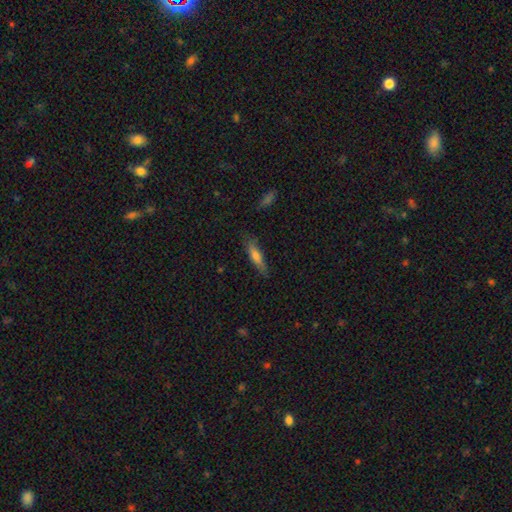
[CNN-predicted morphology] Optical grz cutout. It shows a smooth galaxy with no disk features (64%) that is cigar-shaped (77%). Merging: none (78%).